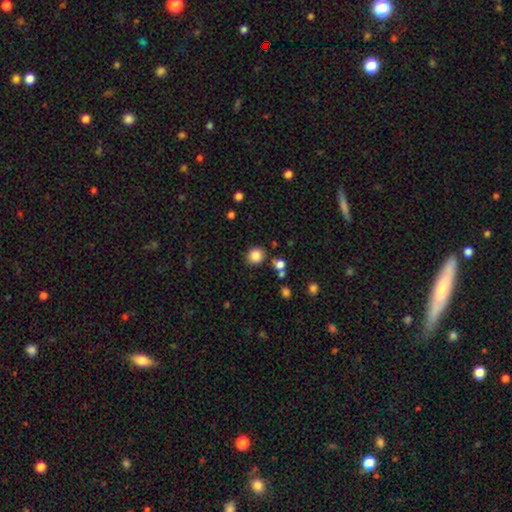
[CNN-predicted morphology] A smooth galaxy with no disk features (85%) that is round (81%).

Vote fractions:
- Smooth or featured? smooth: 85% / star or artifact: 11% / featured or disk: 5%
- How rounded? round: 81% / in between: 18% / cigar-shaped: 1%
- Merging? none: 82% / minor disturbance: 10% / merger: 5% / major disturbance: 3%